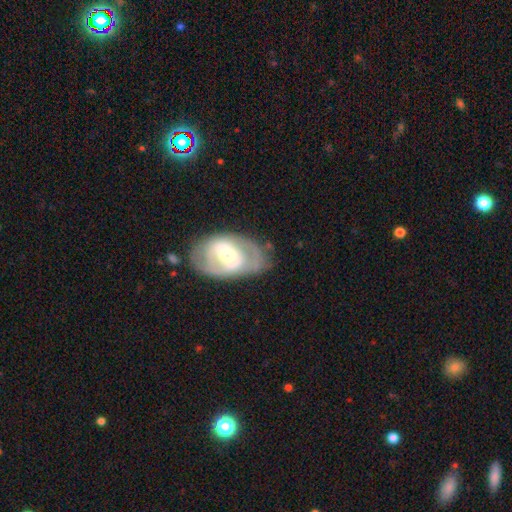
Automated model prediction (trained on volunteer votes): smooth-or-featured: featured or disk: 69% | smooth: 26% | star or artifact: 6%
  disk-edge-on: no: 94% | yes: 6%
    bar: weak: 40% | no: 36% | strong: 24%
    has-spiral-arms: yes: 59% | no: 41%
    bulge-size: moderate: 64% | small: 26% | large: 8% | dominant: 1% | none: 1%
  merging: none: 65% | minor disturbance: 22% | major disturbance: 10% | merger: 3%